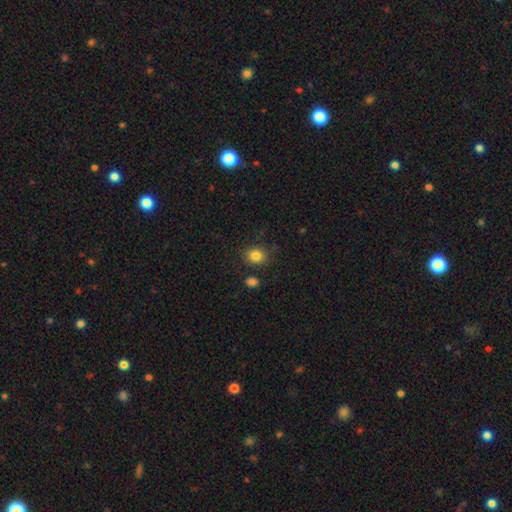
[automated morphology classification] This appears to be a smooth galaxy with no disk features (84%) that is round (63%). Merging: none (81%).